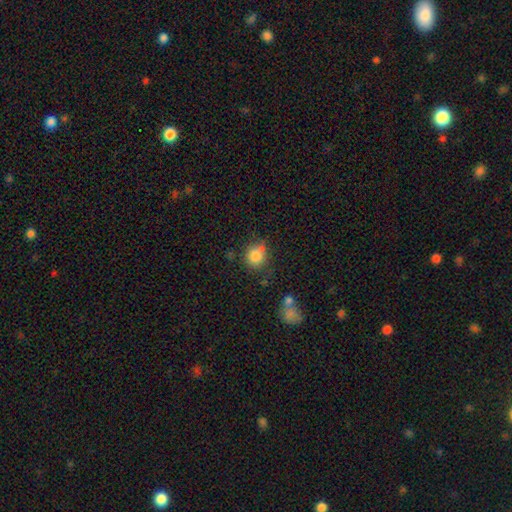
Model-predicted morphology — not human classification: This appears to be a smooth galaxy with no disk features (82%) that is round (83%). Merging: none (66%).